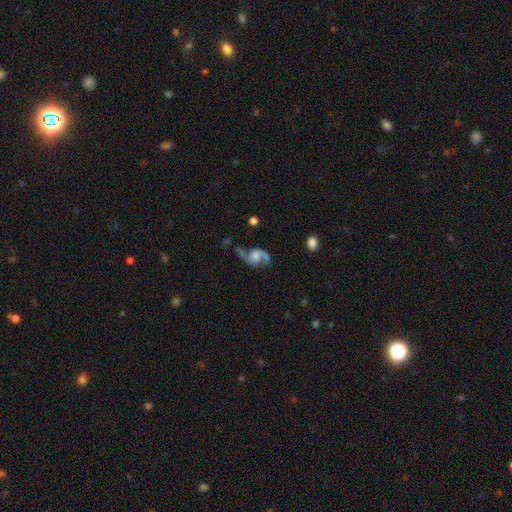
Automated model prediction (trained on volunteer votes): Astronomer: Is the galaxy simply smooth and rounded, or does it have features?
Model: featured or disk — 85%.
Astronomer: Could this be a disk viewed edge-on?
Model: no — 98%.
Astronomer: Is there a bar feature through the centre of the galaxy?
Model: no — 57% (runner-up: weak, 35%).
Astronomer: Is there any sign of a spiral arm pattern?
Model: yes — 96%.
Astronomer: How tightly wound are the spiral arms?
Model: loose — 66%.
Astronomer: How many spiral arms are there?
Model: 2 — 91%.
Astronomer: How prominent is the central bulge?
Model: none — 34% (runner-up: moderate, 22%).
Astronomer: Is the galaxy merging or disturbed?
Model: none — 62%.